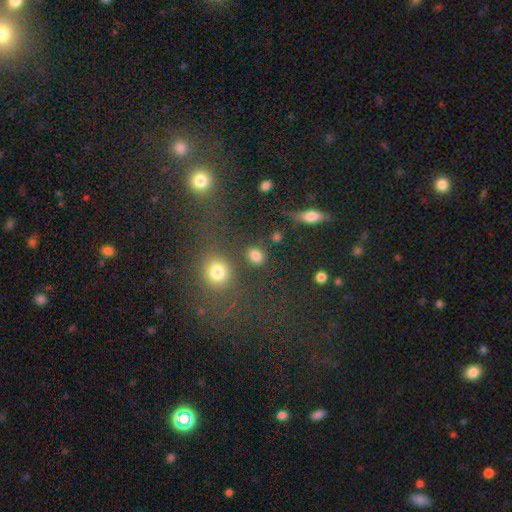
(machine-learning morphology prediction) Q: Smooth or featured?
A: smooth (82%); runner-up: star or artifact (12%)
Q: How rounded?
A: round (54%); runner-up: in between (44%)
Q: Merging?
A: none (83%); runner-up: minor disturbance (9%)